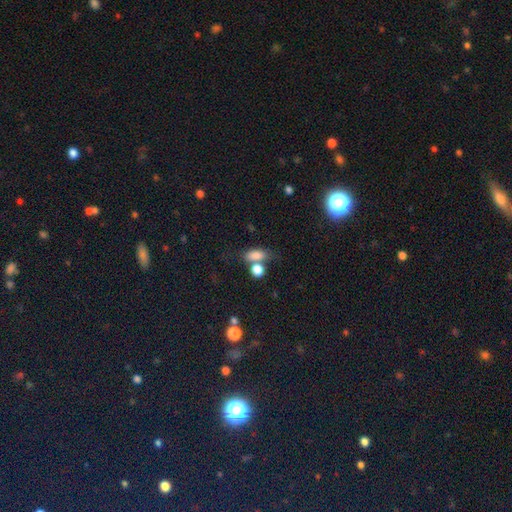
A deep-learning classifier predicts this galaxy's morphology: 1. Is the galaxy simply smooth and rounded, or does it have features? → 80% smooth, 11% star or artifact, 9% featured or disk.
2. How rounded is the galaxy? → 76% in between, 14% round, 10% cigar-shaped.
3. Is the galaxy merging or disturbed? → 45% none, 33% merger, 14% minor disturbance, 7% major disturbance.